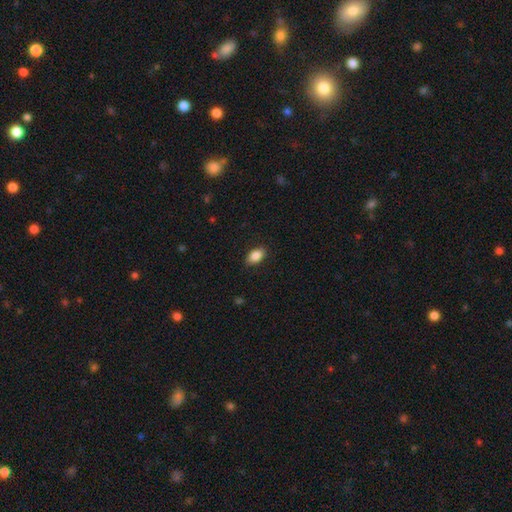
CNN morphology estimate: Smooth or featured? Predicted: smooth (p=0.87). How rounded? Predicted: in between (p=0.91). Merging? Predicted: none (p=0.88).